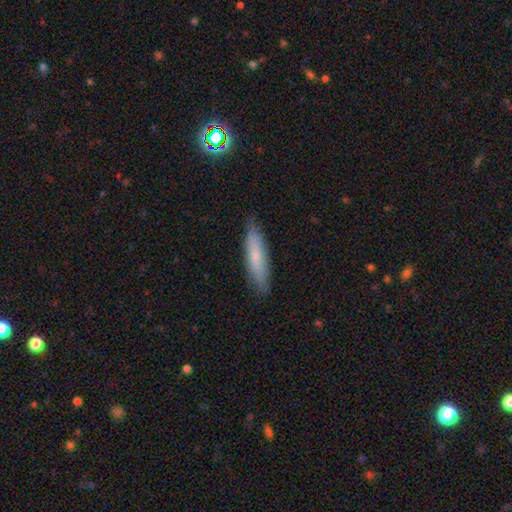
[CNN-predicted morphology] smooth_or_featured: smooth (p=0.67) [alt: featured or disk p=0.26]
how_rounded: cigar-shaped (p=0.77) [alt: in between p=0.22]
merging: none (p=0.86) [alt: minor disturbance p=0.11]